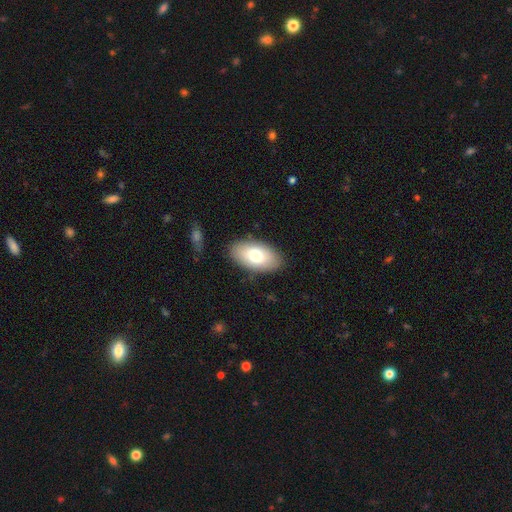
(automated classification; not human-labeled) Smooth or featured?
  - smooth: 73% *
  - featured or disk: 20%
  - star or artifact: 7%
How rounded?
  - in between: 94% *
  - round: 4%
  - cigar-shaped: 2%
Merging?
  - none: 85% *
  - minor disturbance: 11%
  - major disturbance: 3%
  - merger: 1%